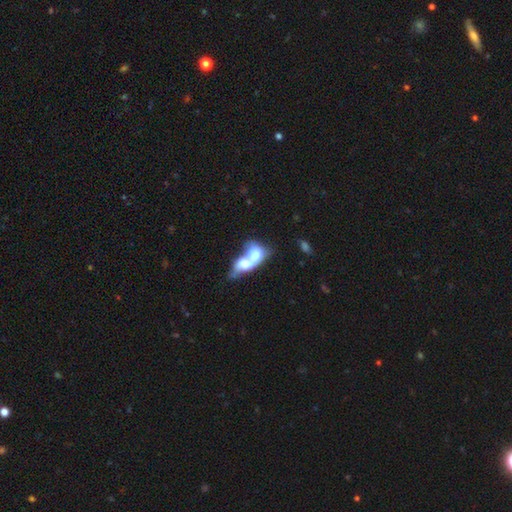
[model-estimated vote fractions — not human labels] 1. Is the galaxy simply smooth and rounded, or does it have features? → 58% smooth, 34% featured or disk, 8% star or artifact.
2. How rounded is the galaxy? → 71% in between, 24% round, 5% cigar-shaped.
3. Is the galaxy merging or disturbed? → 83% merger, 7% none, 6% major disturbance, 4% minor disturbance.